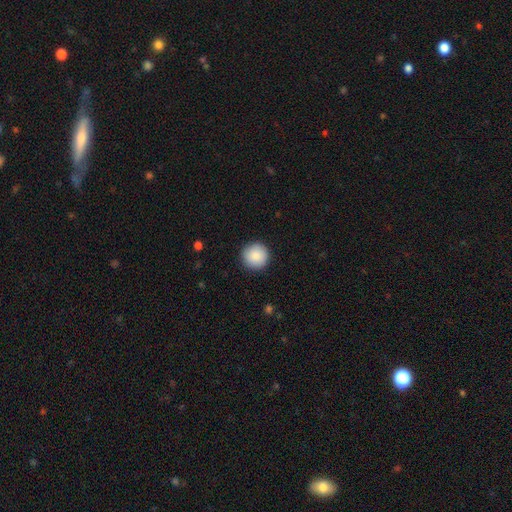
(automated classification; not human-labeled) This is clearly a smooth galaxy (88%). How rounded: clearly round (96%). Merging: clearly none (92%).